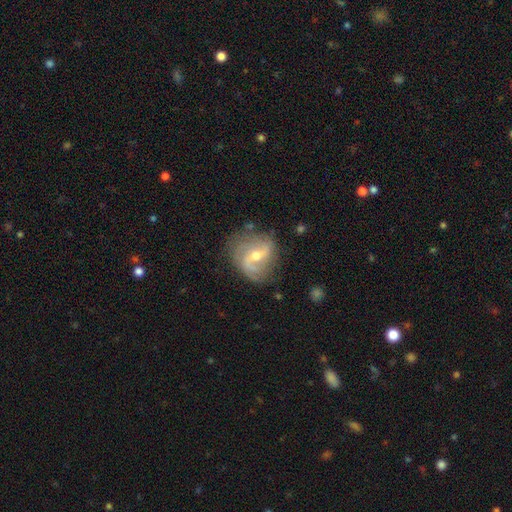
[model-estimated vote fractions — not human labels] This is clearly a featured or disk galaxy (82%). It is clearly not viewed edge-on (97%). Bar: possibly weak (50%). Spiral arm pattern: clearly yes (94%). Spiral arm count: likely 2 (63%). Spiral winding: marginally medium (44%). Central bulge: possibly moderate (59%). Merging: likely none (70%).